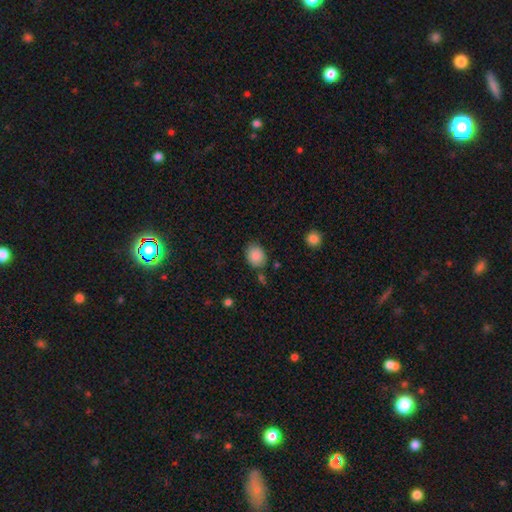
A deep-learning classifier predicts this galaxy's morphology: smooth 87%, star or artifact 8%, featured or disk 5%. Down the decision tree: how rounded — in between (53%); merging — none (79%).